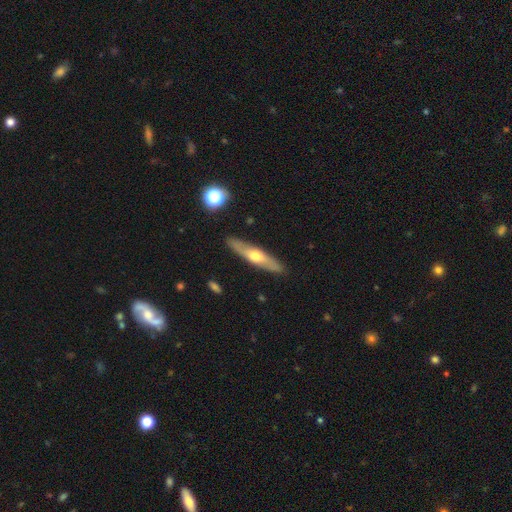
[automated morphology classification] type=featured or disk (54%); edge-on=yes (77%); merging=none (88%).